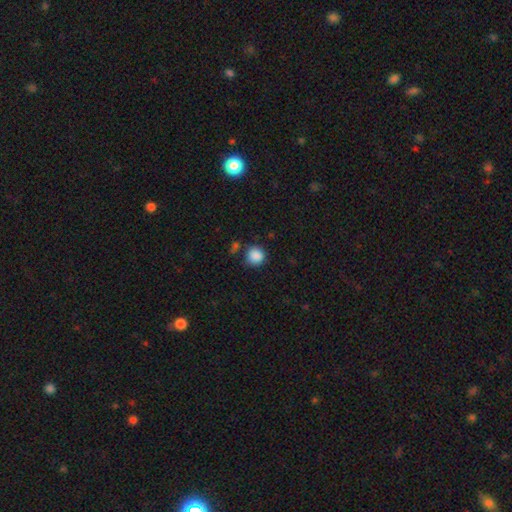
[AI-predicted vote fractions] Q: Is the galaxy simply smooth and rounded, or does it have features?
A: smooth — 88%.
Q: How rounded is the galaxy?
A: round — 91%.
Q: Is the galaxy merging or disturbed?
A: none — 79%.